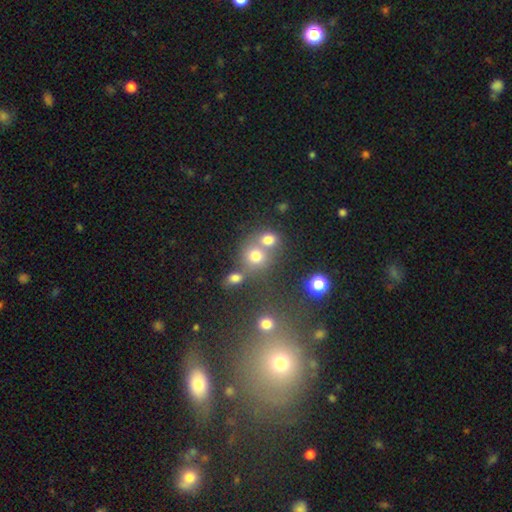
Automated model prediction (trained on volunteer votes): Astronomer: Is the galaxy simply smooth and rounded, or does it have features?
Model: smooth — 73%.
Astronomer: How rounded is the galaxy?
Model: round — 81%.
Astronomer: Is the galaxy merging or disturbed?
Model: none — 46% (runner-up: merger, 41%).